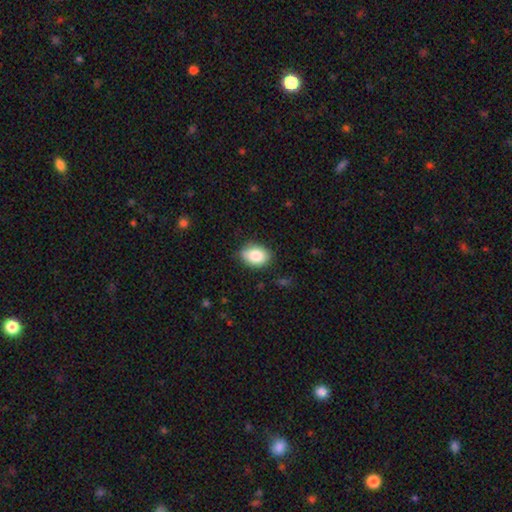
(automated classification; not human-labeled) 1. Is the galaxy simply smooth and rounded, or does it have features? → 85% smooth, 8% star or artifact, 8% featured or disk.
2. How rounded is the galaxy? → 78% in between, 21% round, 1% cigar-shaped.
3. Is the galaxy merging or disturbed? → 78% none, 18% minor disturbance, 3% major disturbance, 1% merger.